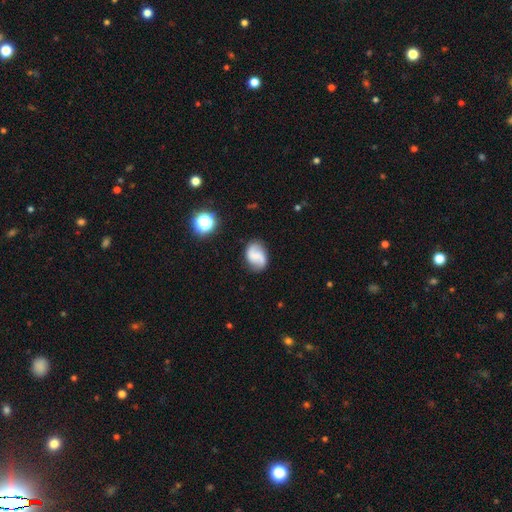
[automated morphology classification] This appears to be a featured or disk galaxy (61%) with a weak bar (44%), 2 (89%) loose (55%) spiral arms (93%) and no central bulge (41%). Merging: none (77%).